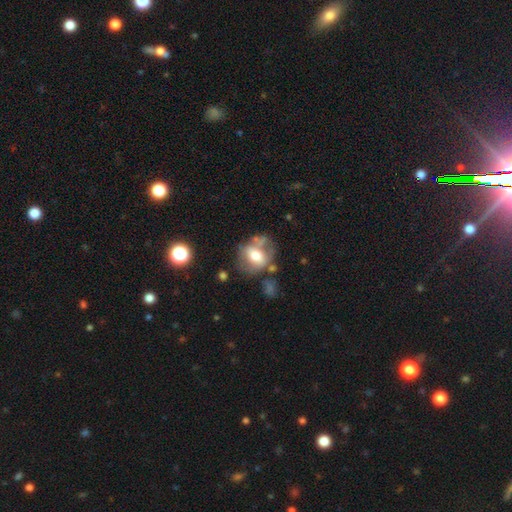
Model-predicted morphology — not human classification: Q: Smooth or featured?
A: smooth (50%); runner-up: featured or disk (41%)
Q: Merging?
A: none (49%); runner-up: minor disturbance (22%)